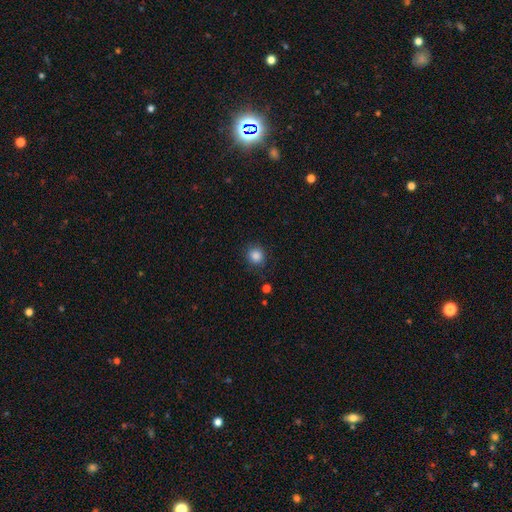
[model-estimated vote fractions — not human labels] Smooth or featured? Predicted: smooth (p=0.86). How rounded? Predicted: round (p=0.88). Merging? Predicted: none (p=0.85).